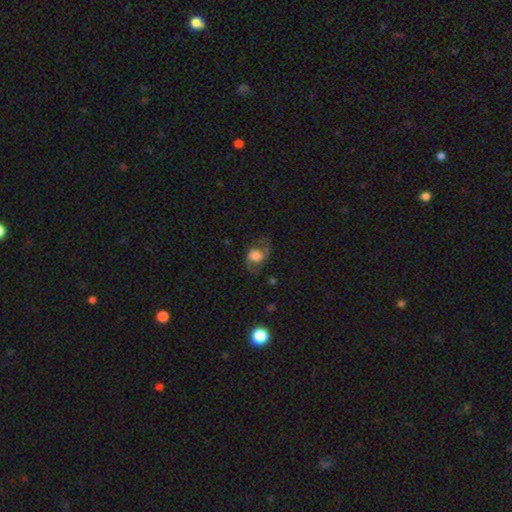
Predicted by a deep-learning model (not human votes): featured or disk 47%, smooth 44%, star or artifact 9%. Down the decision tree: merging — none (58%).